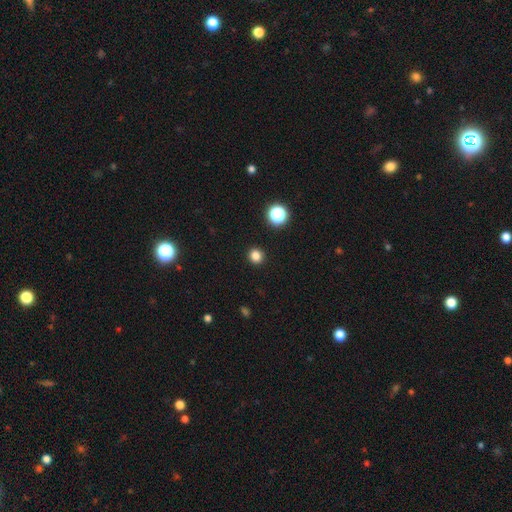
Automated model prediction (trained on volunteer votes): Overall: smooth (82%). How rounded: round (90%). Merging: none (92%).